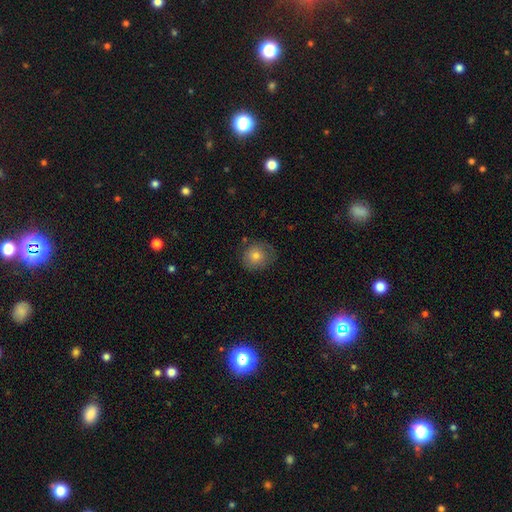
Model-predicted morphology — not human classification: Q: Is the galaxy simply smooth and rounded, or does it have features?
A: smooth — 75%.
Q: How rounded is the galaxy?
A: round — 85%.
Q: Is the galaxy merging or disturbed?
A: none — 74%.